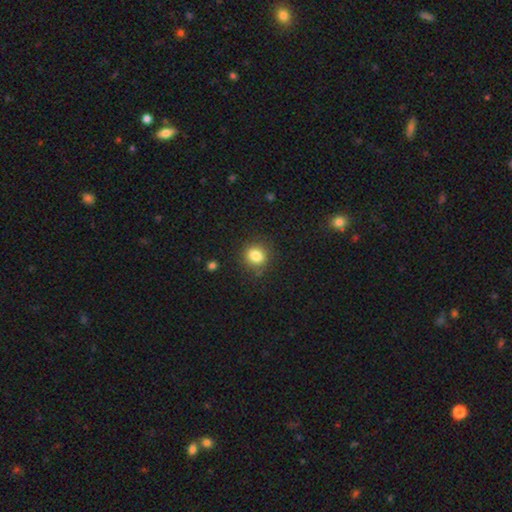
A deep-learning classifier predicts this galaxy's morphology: Smooth or featured?
  - smooth: 84% *
  - star or artifact: 11%
  - featured or disk: 6%
How rounded?
  - round: 70% *
  - in between: 29%
  - cigar-shaped: 1%
Merging?
  - none: 82% *
  - minor disturbance: 12%
  - major disturbance: 4%
  - merger: 2%